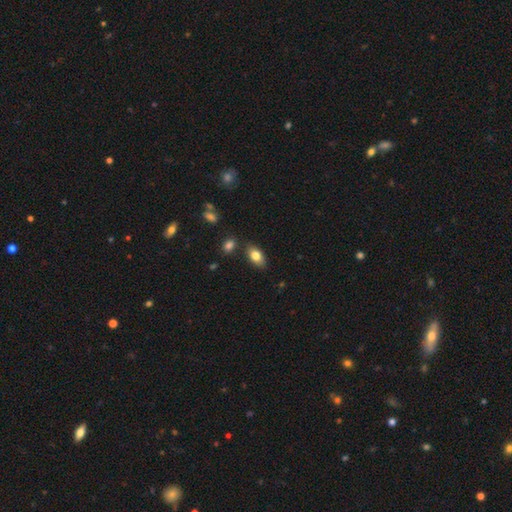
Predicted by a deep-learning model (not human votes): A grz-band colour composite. It shows a smooth galaxy with no disk features (81%) that is in between round and cigar-shaped (90%). Merging: none (80%).